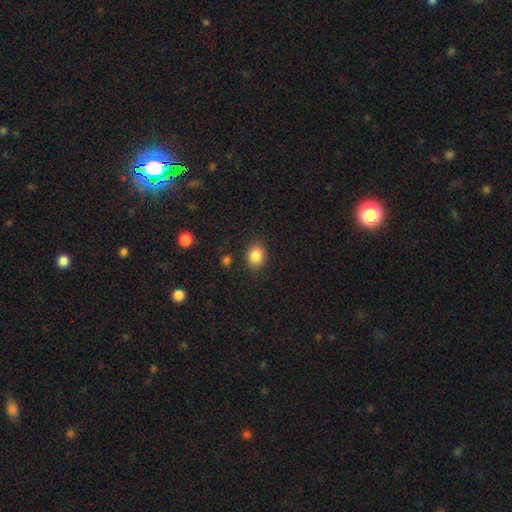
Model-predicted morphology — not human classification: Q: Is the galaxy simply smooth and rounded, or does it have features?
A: smooth — 87%.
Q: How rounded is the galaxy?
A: round — 50%.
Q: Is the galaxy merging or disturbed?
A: none — 82%.